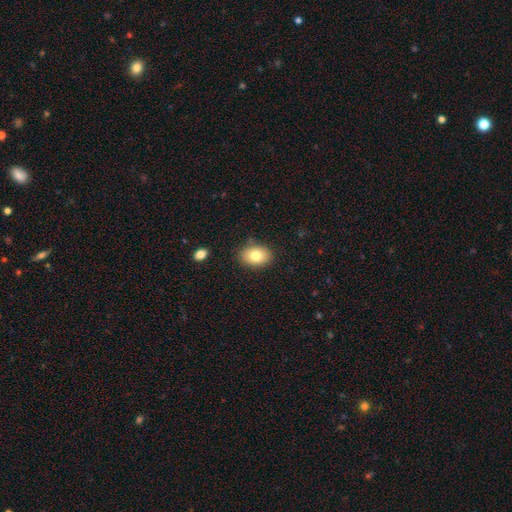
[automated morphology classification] type=smooth (79%); roundness=in between (79%); merging=none (85%).